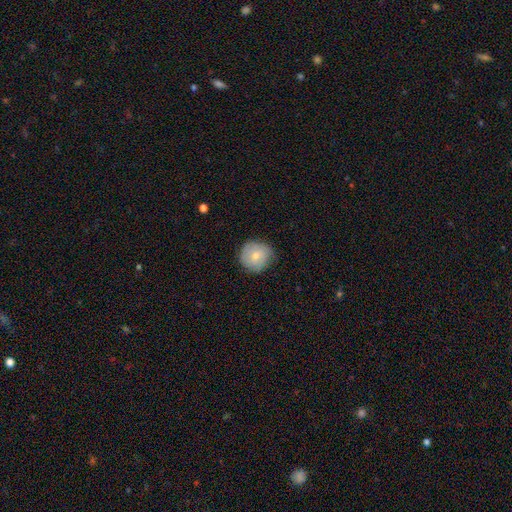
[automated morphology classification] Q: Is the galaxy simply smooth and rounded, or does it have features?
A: smooth — 66%.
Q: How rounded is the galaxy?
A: round — 92%.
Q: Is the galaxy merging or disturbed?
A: none — 77%.